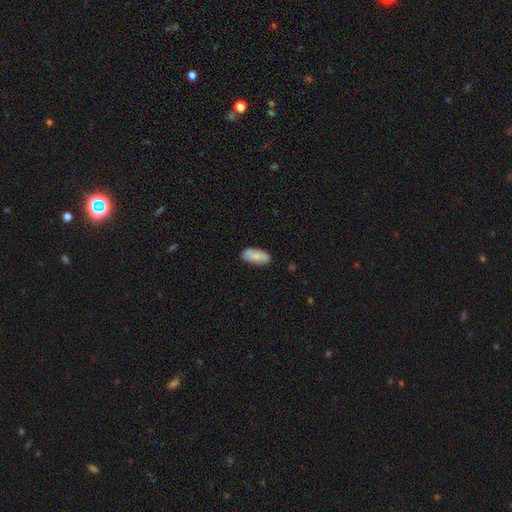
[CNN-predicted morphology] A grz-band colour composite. It shows a smooth galaxy with no disk features (77%) that is in between round and cigar-shaped (87%). Merging: none (79%).